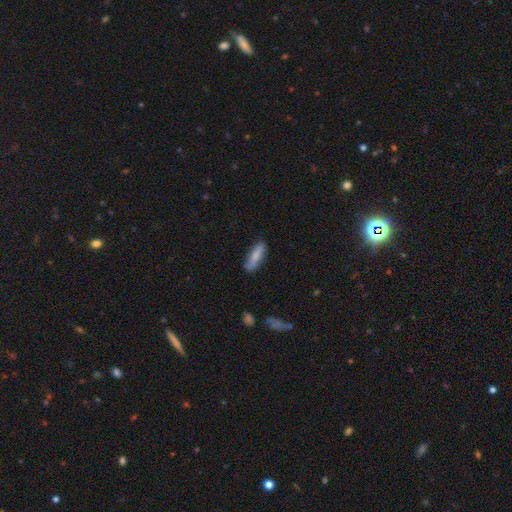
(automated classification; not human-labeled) Smooth or featured? Predicted: smooth (p=0.74). How rounded? Predicted: cigar-shaped (p=0.55). Merging? Predicted: none (p=0.74).